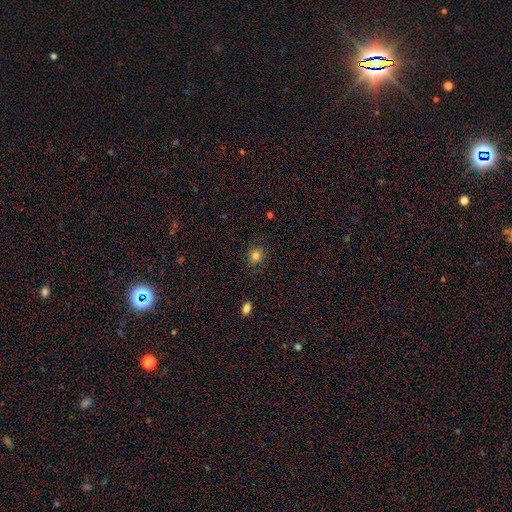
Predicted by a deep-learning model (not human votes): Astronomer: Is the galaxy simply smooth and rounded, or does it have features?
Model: smooth — 82%.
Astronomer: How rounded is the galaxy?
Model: round — 70%.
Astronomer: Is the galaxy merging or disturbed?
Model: none — 85%.